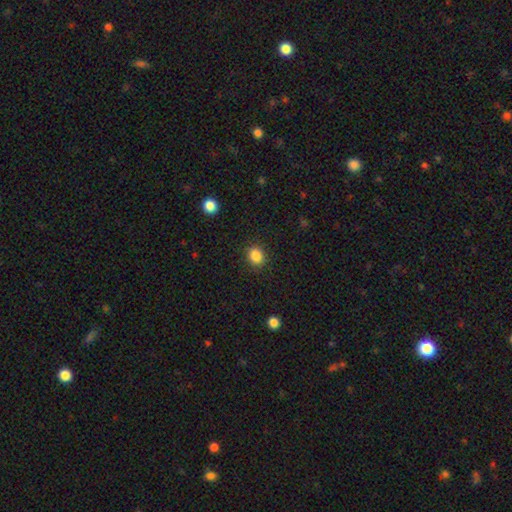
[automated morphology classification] The model was most divided on "how rounded": round: 65%, in between: 34%, cigar-shaped: 1%. More confident: merging — none (88%); smooth or featured — smooth (86%).